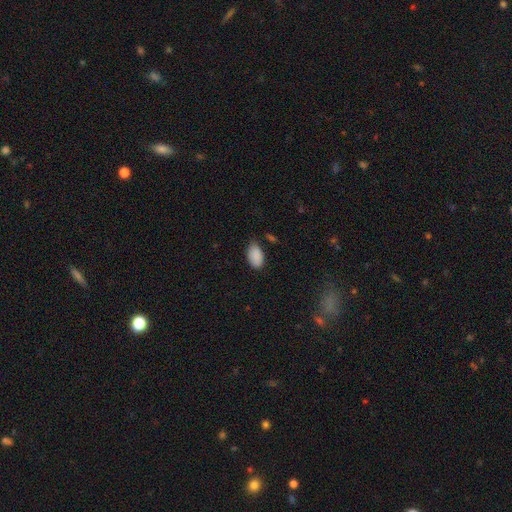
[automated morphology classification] Smooth or featured: smooth — 89% (star or artifact — 7%)
How rounded: in between — 94% (round — 4%)
Merging: none — 71% (minor disturbance — 22%)